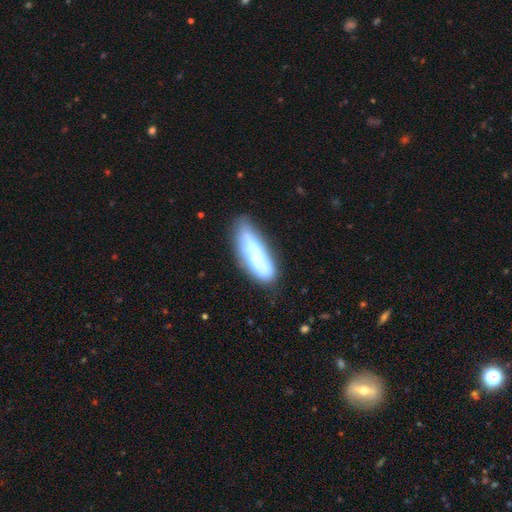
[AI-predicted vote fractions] This appears to be a smooth galaxy with no disk features (48%). Merging: none (62%).